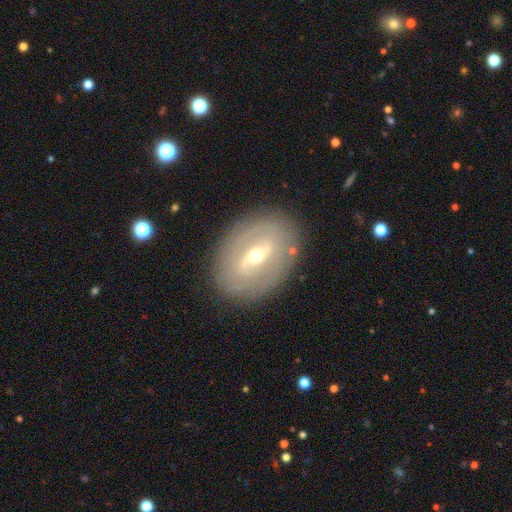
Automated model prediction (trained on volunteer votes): Overall: featured or disk (74%). Edge-on disk: no (90%). Bar: strong (49%; weak 37%). Spiral arms: no (51%; yes 49%). Bulge size: small (48%, tied with moderate). Merging: none (84%).